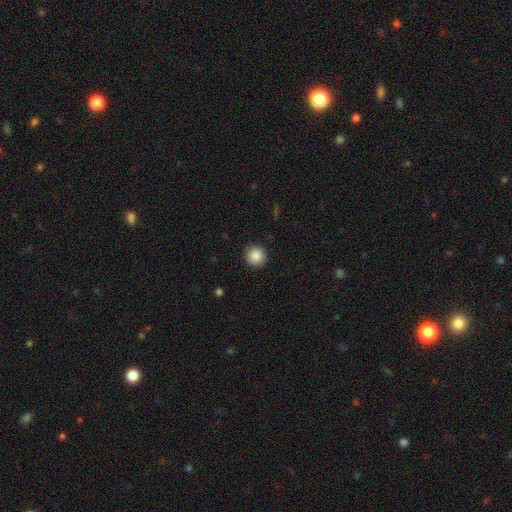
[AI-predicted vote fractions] A smooth galaxy with no disk features (87%) that is round (94%).

Vote fractions:
- Smooth or featured? smooth: 87% / star or artifact: 9% / featured or disk: 4%
- How rounded? round: 94% / in between: 5% / cigar-shaped: 1%
- Merging? none: 92% / minor disturbance: 6% / major disturbance: 2% / merger: 1%